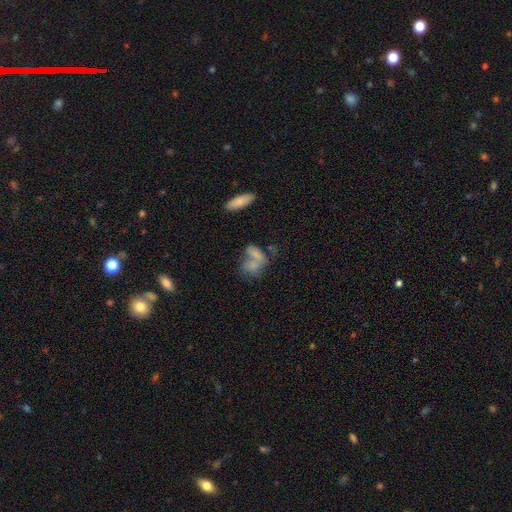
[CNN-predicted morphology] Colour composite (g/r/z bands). It shows a smooth galaxy with no disk features (62%) that is in between round and cigar-shaped (79%). Merging: merger (52%).